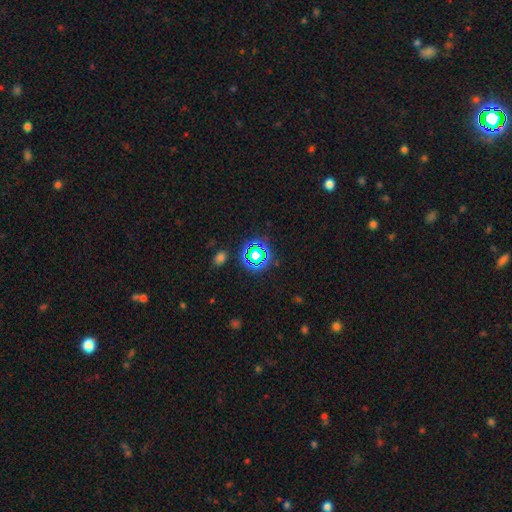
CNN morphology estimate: smooth-or-featured: star or artifact: 66% | smooth: 24% | featured or disk: 10%